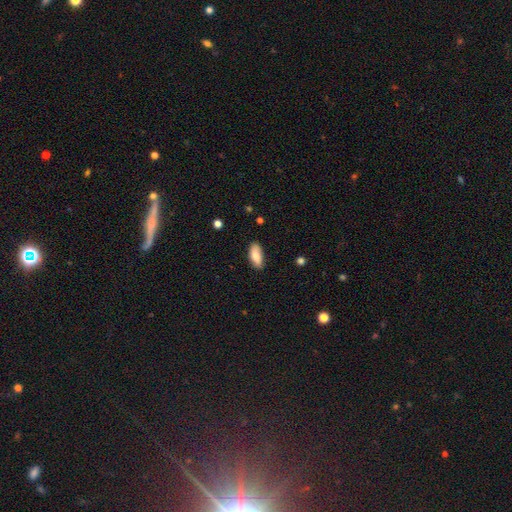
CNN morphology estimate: A smooth galaxy with no disk features (84%) that is in between round and cigar-shaped (85%).

Vote fractions:
- Smooth or featured? smooth: 84% / featured or disk: 10% / star or artifact: 6%
- How rounded? in between: 85% / cigar-shaped: 13% / round: 2%
- Merging? none: 85% / minor disturbance: 11% / major disturbance: 2% / merger: 1%